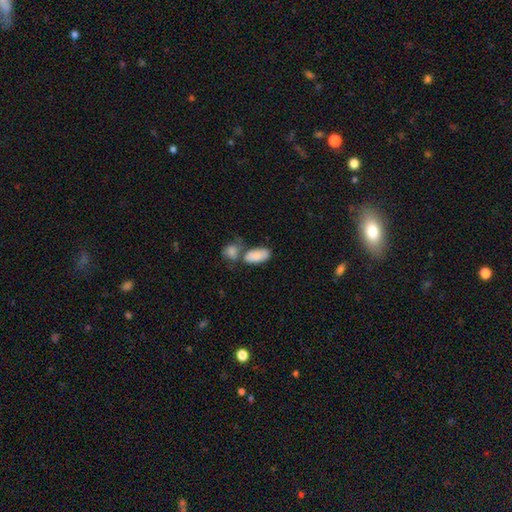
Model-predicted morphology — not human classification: Smooth or featured? Predicted: smooth (p=0.83). How rounded? Predicted: in between (p=0.92). Merging? Predicted: merger (p=0.46).